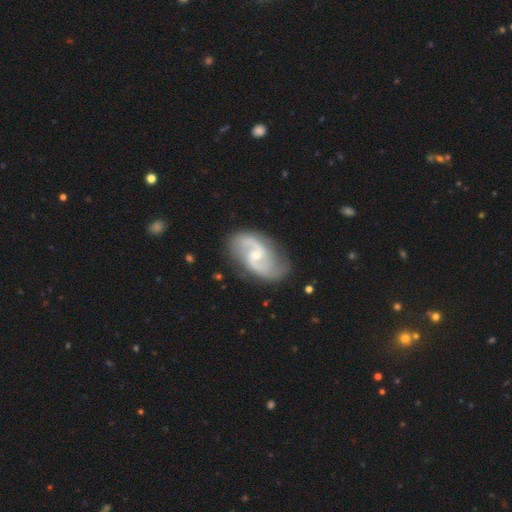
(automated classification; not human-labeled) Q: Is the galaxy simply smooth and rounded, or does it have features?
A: featured or disk — 89%.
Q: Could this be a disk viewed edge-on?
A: no — 97%.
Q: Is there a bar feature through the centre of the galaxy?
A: no — 46%.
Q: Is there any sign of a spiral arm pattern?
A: yes — 97%.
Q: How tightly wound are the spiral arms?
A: medium — 50%.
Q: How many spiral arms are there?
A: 2 — 91%.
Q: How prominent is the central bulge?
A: small — 61%.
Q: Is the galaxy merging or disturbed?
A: none — 80%.